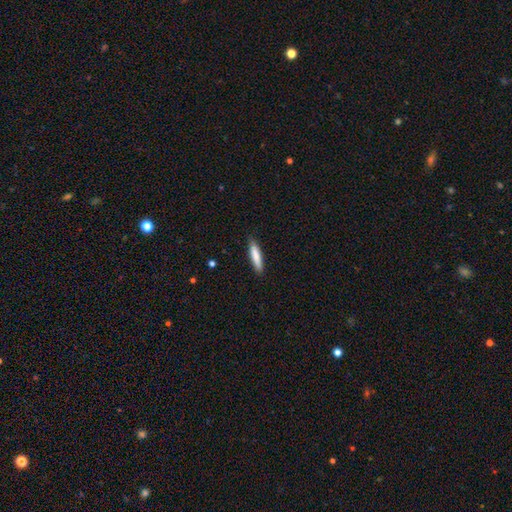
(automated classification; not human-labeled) smooth 80%, featured or disk 14%, star or artifact 6%. Down the decision tree: how rounded — cigar-shaped (83%); merging — none (87%).